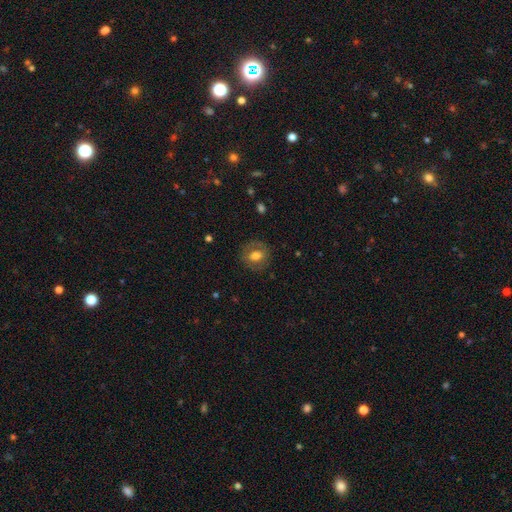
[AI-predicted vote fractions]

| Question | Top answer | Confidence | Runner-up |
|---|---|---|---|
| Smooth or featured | smooth | 61% | featured or disk (30%) |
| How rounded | round | 68% | in between (31%) |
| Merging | none | 81% | minor disturbance (12%) |